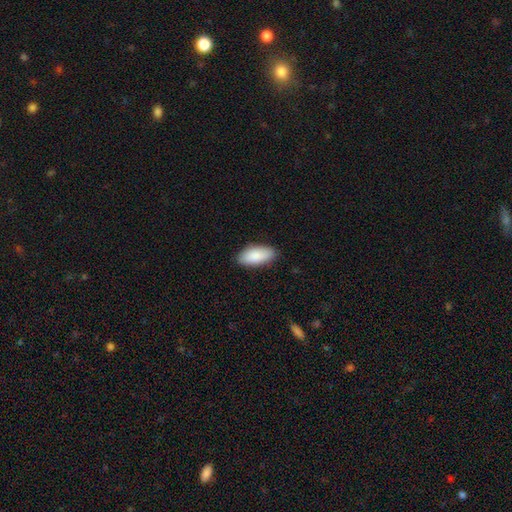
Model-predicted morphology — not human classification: This is clearly a smooth galaxy (88%). How rounded: clearly in between (89%). Merging: clearly none (87%).